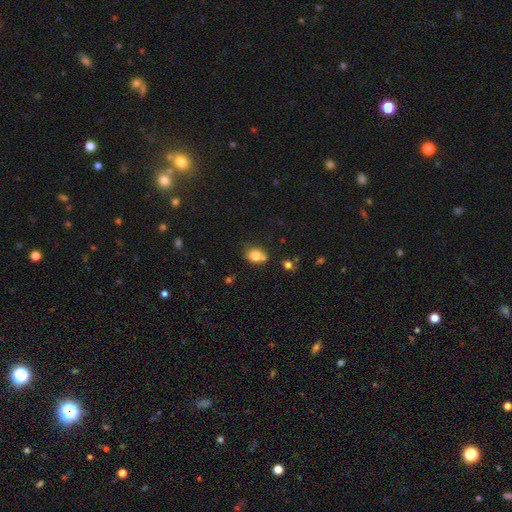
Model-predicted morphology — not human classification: smooth 80%, star or artifact 10%, featured or disk 10%. Down the decision tree: how rounded — in between (58%); merging — none (50%).